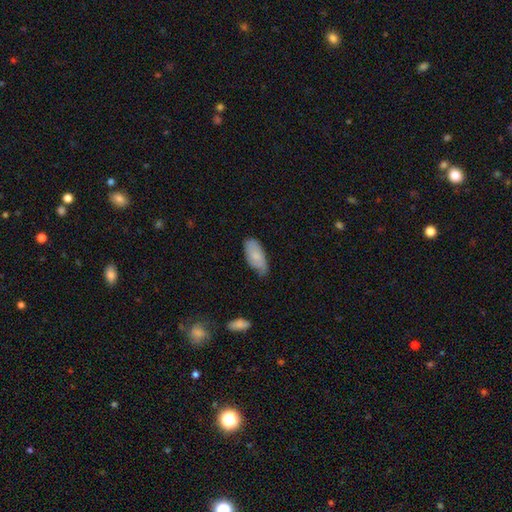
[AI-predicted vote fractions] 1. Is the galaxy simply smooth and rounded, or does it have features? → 74% smooth, 20% featured or disk, 6% star or artifact.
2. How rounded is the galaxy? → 89% in between, 9% cigar-shaped, 2% round.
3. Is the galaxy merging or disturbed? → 55% none, 37% minor disturbance, 6% major disturbance, 2% merger.